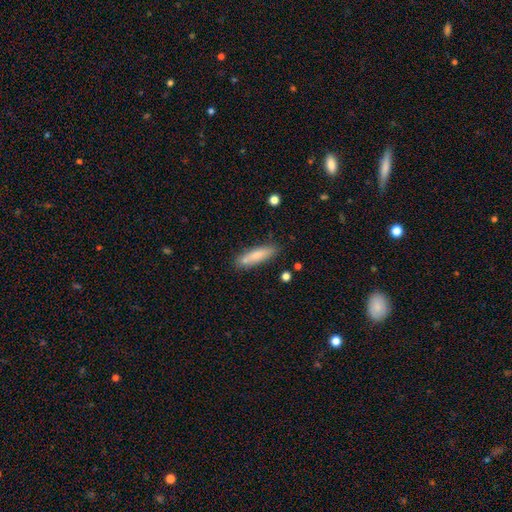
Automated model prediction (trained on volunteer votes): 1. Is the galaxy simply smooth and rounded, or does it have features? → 78% smooth, 16% featured or disk, 6% star or artifact.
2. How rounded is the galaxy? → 71% cigar-shaped, 27% in between, 2% round.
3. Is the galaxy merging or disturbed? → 77% none, 14% minor disturbance, 6% merger, 3% major disturbance.